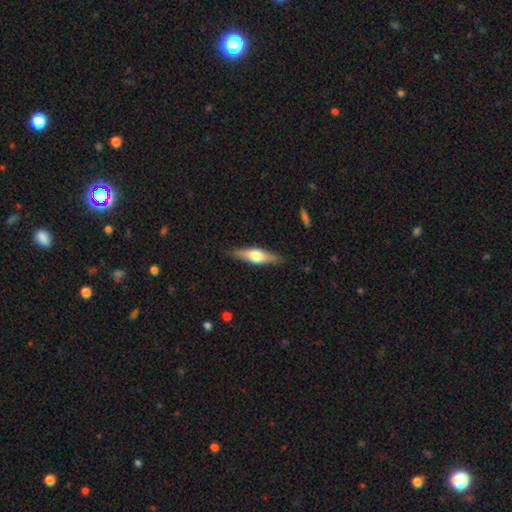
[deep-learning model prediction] Smooth or featured: featured or disk — 54% (smooth — 41%)
Edge-on disk: yes — 94% (no — 6%)
Edge-on bulge: rounded — 92% (boxy — 5%)
Merging: none — 86% (minor disturbance — 10%)